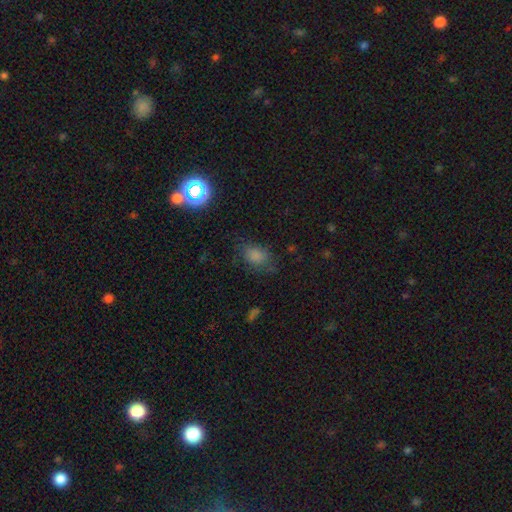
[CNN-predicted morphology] smooth_or_featured: smooth (p=0.76) [alt: star or artifact p=0.15]
how_rounded: in between (p=0.70) [alt: round p=0.28]
merging: none (p=0.63) [alt: minor disturbance p=0.24]